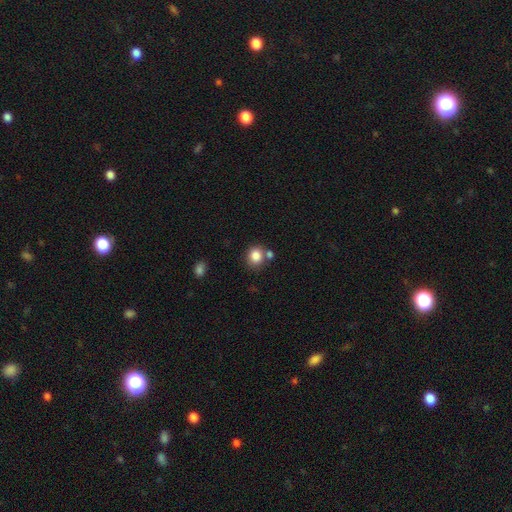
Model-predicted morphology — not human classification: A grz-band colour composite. It shows a smooth galaxy with no disk features (84%) that is round (76%). Merging: none (66%).